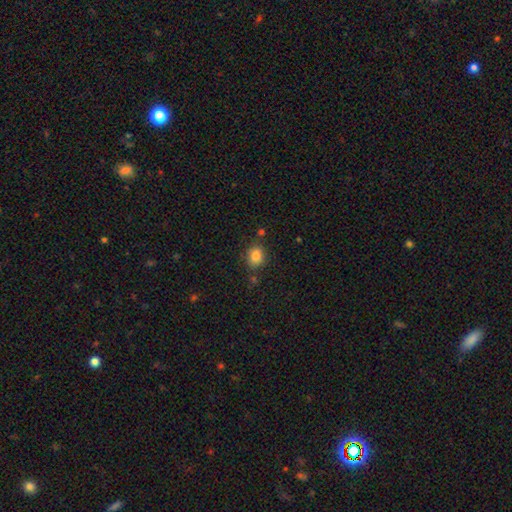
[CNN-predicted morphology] This is clearly a smooth galaxy (85%). How rounded: possibly in between (53%). Merging: likely none (76%).